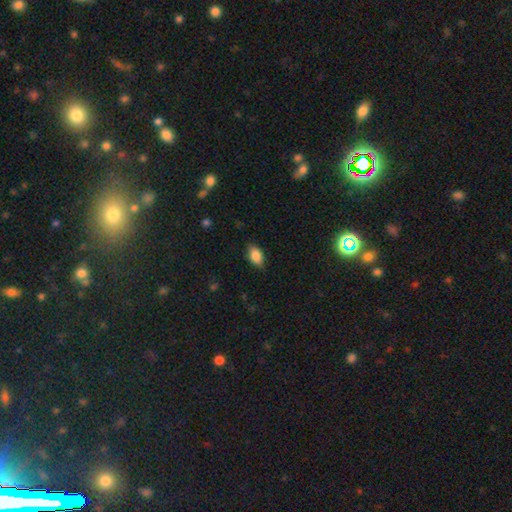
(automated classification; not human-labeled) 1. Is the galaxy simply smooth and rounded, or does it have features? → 84% smooth, 8% featured or disk, 8% star or artifact.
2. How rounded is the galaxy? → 90% in between, 6% round, 4% cigar-shaped.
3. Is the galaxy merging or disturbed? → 82% none, 15% minor disturbance, 3% major disturbance, 1% merger.